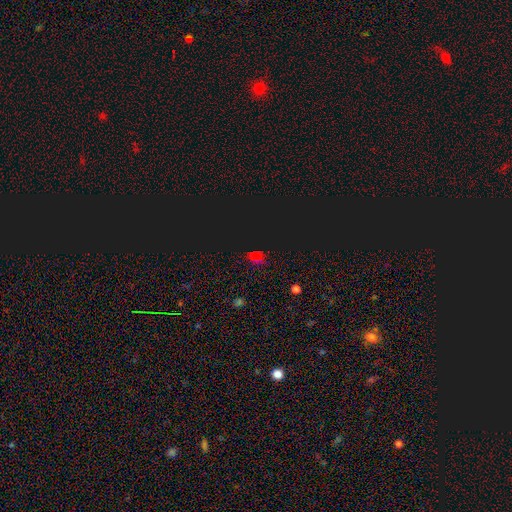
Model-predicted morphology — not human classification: This is possibly a star or artifact rather than a galaxy (60%).